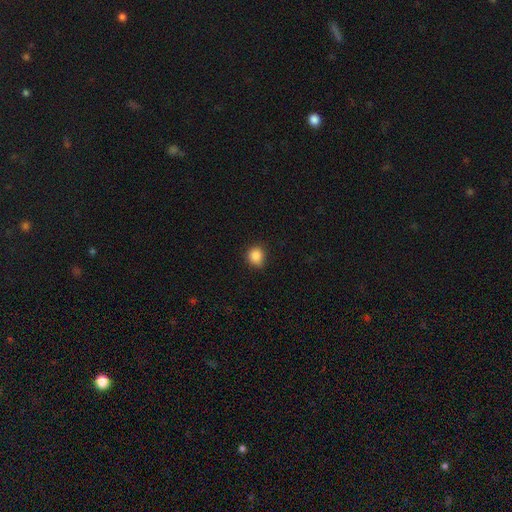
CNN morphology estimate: This is clearly a smooth galaxy (87%). How rounded: clearly round (85%). Merging: clearly none (81%).